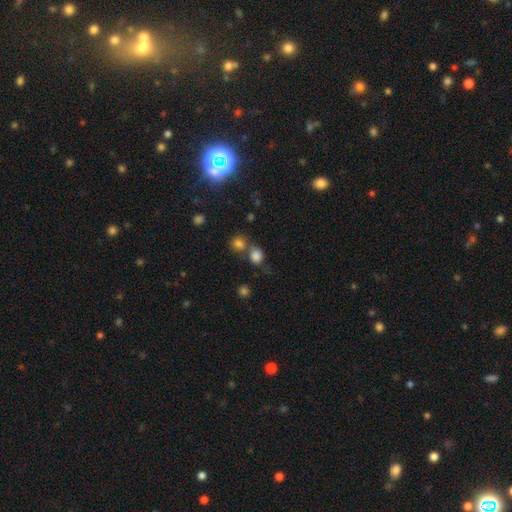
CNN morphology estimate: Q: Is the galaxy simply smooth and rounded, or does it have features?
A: smooth — 80%.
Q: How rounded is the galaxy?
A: round — 74%.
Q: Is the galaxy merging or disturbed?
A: none — 49%.